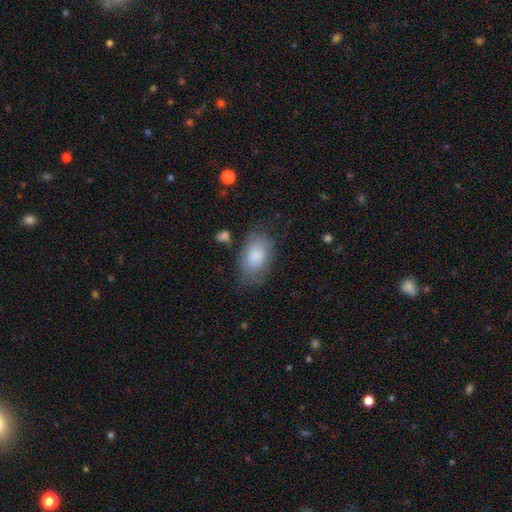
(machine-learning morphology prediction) The model was most divided on "merging": none: 62%, minor disturbance: 25%, major disturbance: 10%, merger: 3%. More confident: how rounded — in between (89%); smooth or featured — smooth (81%).